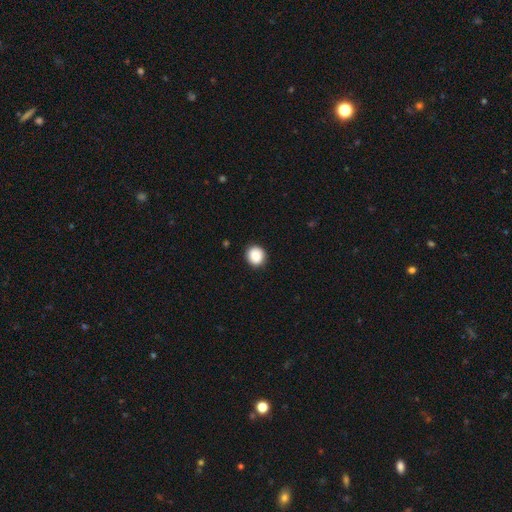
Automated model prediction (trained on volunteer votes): This is clearly a smooth galaxy (87%). How rounded: clearly round (90%). Merging: clearly none (90%).